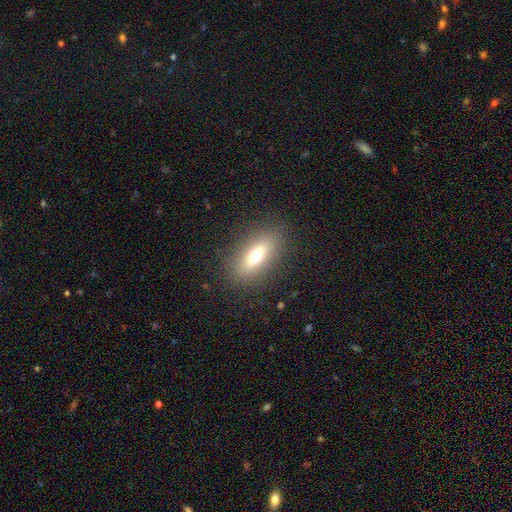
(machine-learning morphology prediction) smooth 67%, featured or disk 23%, star or artifact 11%. Down the decision tree: how rounded — in between (74%); merging — none (86%).